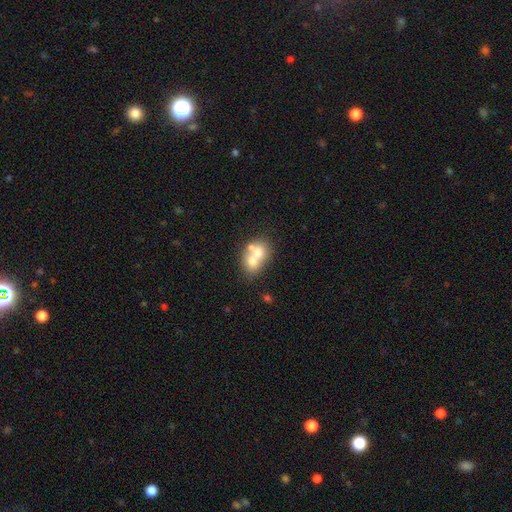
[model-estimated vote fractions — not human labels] A smooth galaxy with no disk features (61%) that is round (54%).

Vote fractions:
- Smooth or featured? smooth: 61% / featured or disk: 29% / star or artifact: 10%
- How rounded? round: 54% / in between: 45% / cigar-shaped: 1%
- Merging? merger: 65% / none: 24% / minor disturbance: 7% / major disturbance: 4%